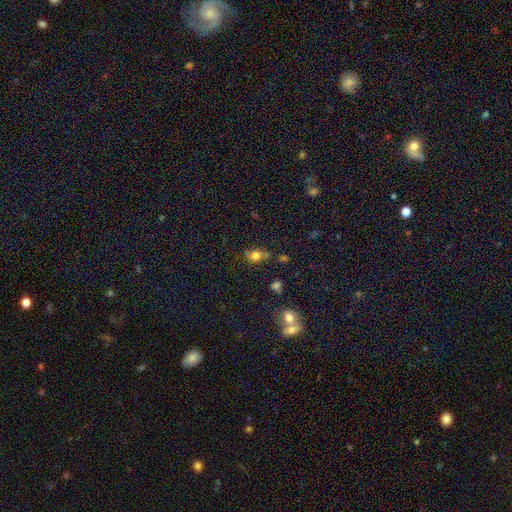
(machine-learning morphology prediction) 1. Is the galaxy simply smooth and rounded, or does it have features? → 71% smooth, 18% star or artifact, 11% featured or disk.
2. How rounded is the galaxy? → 69% round, 29% in between, 2% cigar-shaped.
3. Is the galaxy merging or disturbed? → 59% none, 19% minor disturbance, 15% merger, 8% major disturbance.